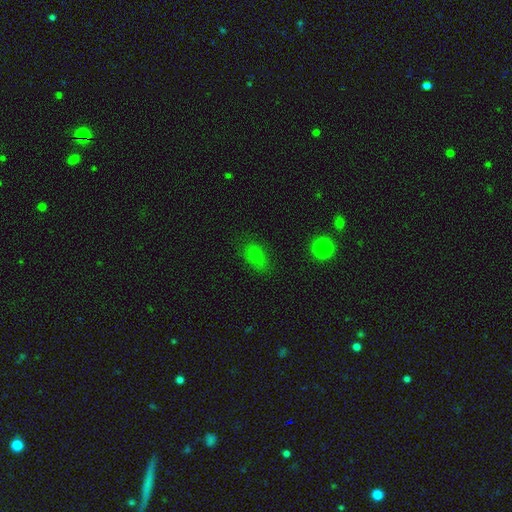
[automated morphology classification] smooth_or_featured: smooth (p=0.77) [alt: star or artifact p=0.16]
how_rounded: in between (p=0.88) [alt: round p=0.08]
merging: none (p=0.72) [alt: minor disturbance p=0.20]